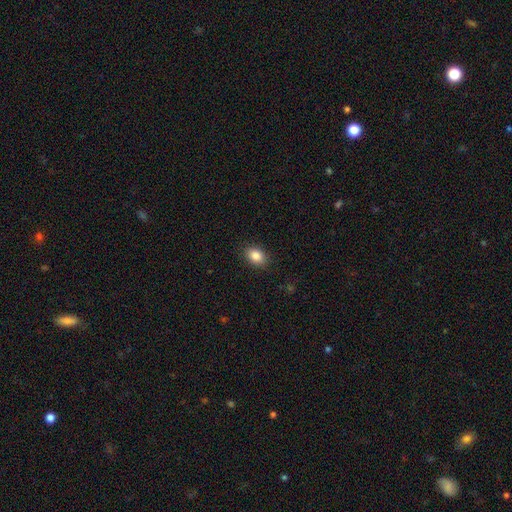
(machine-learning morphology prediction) smooth_or_featured: smooth (p=0.86) [alt: star or artifact p=0.09]
how_rounded: in between (p=0.77) [alt: round p=0.22]
merging: none (p=0.88) [alt: minor disturbance p=0.09]